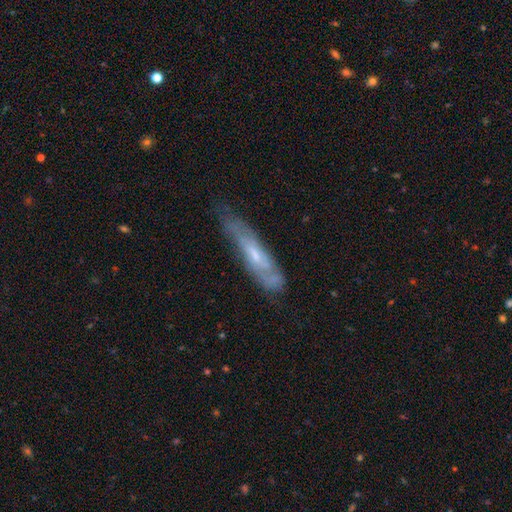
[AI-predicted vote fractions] This appears to be a featured or disk galaxy (60%) viewed edge-on (52%). Merging: none (64%).